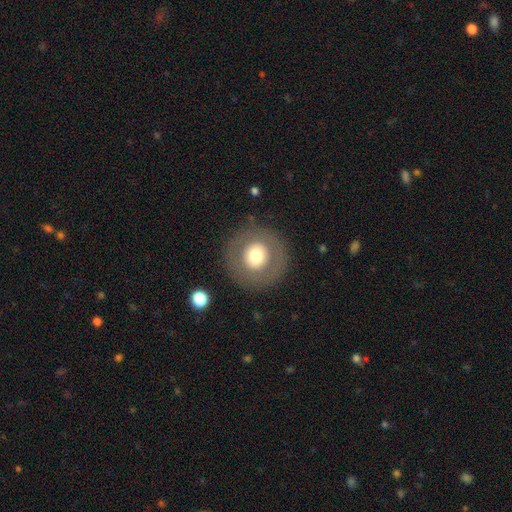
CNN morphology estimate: smooth 61%, featured or disk 30%, star or artifact 9%. Down the decision tree: how rounded — round (95%); merging — none (86%).